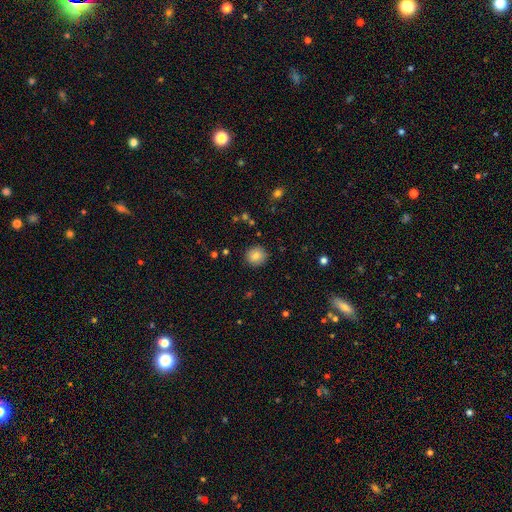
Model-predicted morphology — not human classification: type=smooth (82%); roundness=round (91%); merging=none (90%).